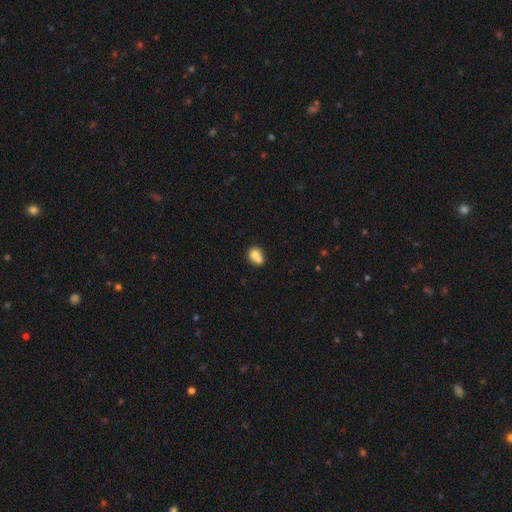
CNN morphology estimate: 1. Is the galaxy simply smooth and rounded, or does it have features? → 74% smooth, 17% featured or disk, 10% star or artifact.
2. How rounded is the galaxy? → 56% round, 43% in between, 1% cigar-shaped.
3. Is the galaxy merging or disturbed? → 49% merger, 34% none, 12% minor disturbance, 4% major disturbance.